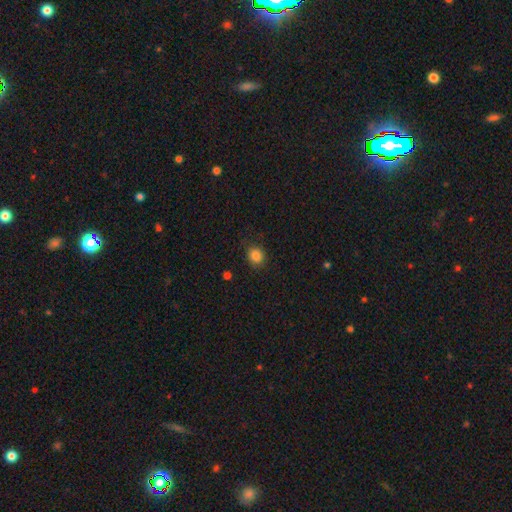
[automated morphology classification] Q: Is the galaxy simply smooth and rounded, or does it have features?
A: smooth — 86%.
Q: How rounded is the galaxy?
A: round — 77%.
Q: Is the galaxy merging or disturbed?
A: none — 85%.